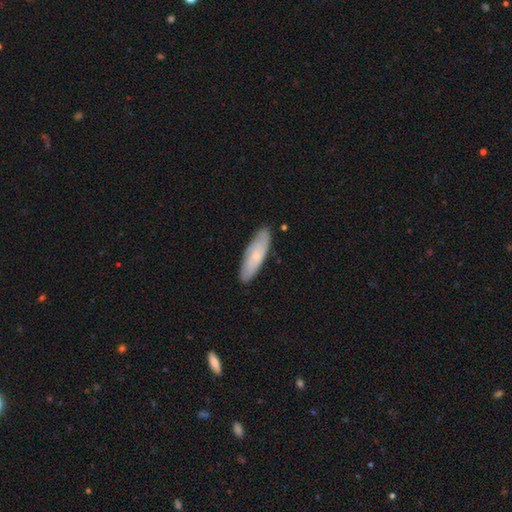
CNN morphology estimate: Smooth or featured? Predicted: smooth (p=0.60). How rounded? Predicted: cigar-shaped (p=0.57). Merging? Predicted: none (p=0.84).